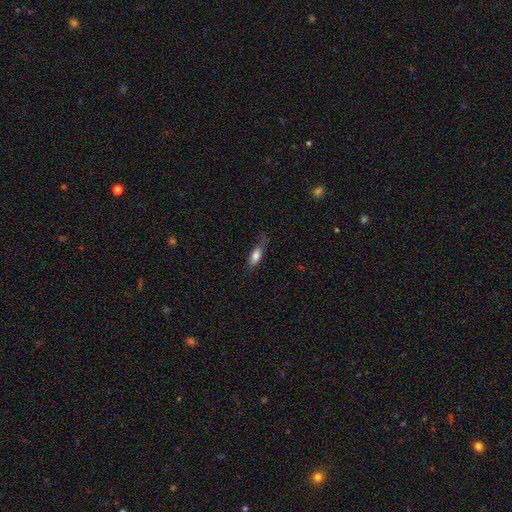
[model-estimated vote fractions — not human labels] Q: Smooth or featured?
A: smooth (76%); runner-up: featured or disk (16%)
Q: How rounded?
A: in between (67%); runner-up: cigar-shaped (30%)
Q: Merging?
A: none (62%); runner-up: minor disturbance (26%)